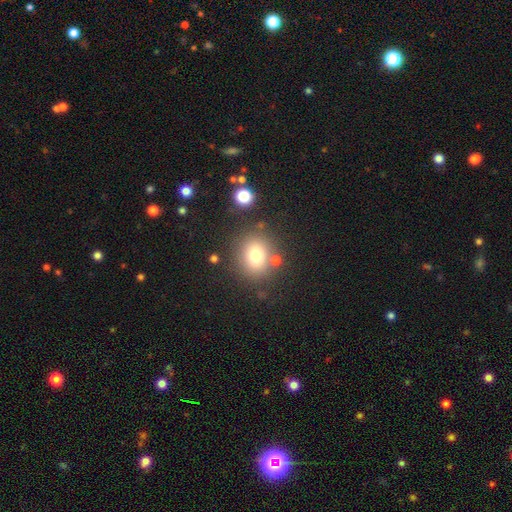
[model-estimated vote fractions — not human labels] Q: Smooth or featured?
A: smooth (74%); runner-up: star or artifact (14%)
Q: How rounded?
A: round (77%); runner-up: in between (22%)
Q: Merging?
A: none (78%); runner-up: minor disturbance (10%)